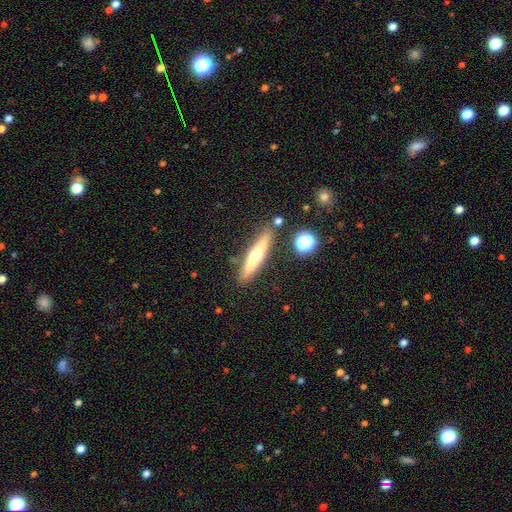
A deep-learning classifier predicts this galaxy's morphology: A featured or disk galaxy (51%) viewed edge-on (93%). Merging: none (85%).